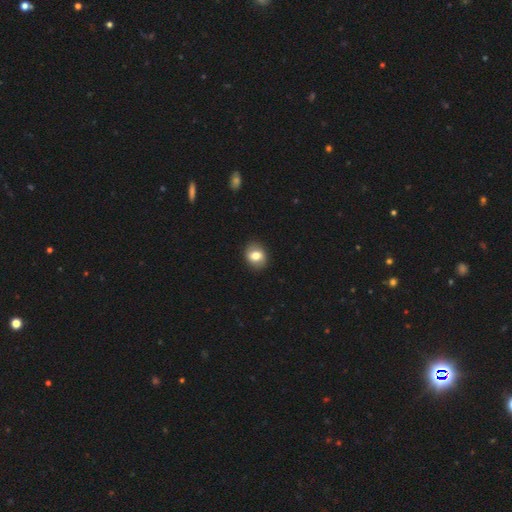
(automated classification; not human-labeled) Smooth or featured: smooth — 76% (featured or disk — 16%)
How rounded: round — 60% (in between — 39%)
Merging: none — 87% (minor disturbance — 9%)